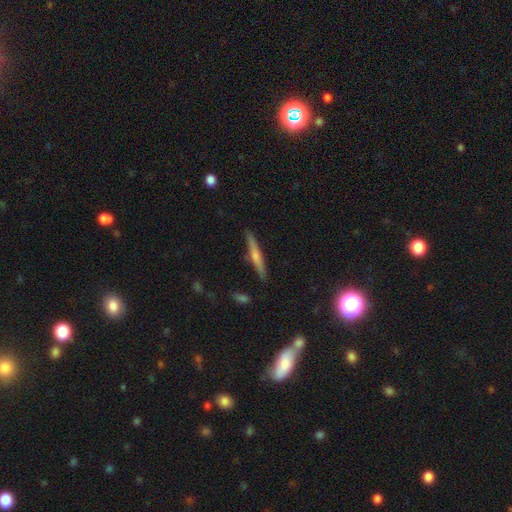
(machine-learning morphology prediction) smooth-or-featured: featured or disk: 47% (tied) | smooth: 47% (tied) | star or artifact: 7%
  merging: none: 86% | minor disturbance: 10% | merger: 2% | major disturbance: 2%